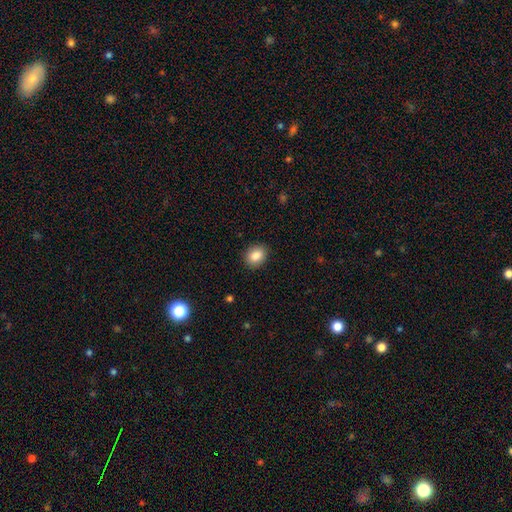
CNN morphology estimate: A smooth galaxy with no disk features (87%) that is in between round and cigar-shaped (62%).

Vote fractions:
- Smooth or featured? smooth: 87% / star or artifact: 8% / featured or disk: 5%
- How rounded? in between: 62% / round: 37% / cigar-shaped: 1%
- Merging? none: 89% / minor disturbance: 8% / major disturbance: 2% / merger: 1%